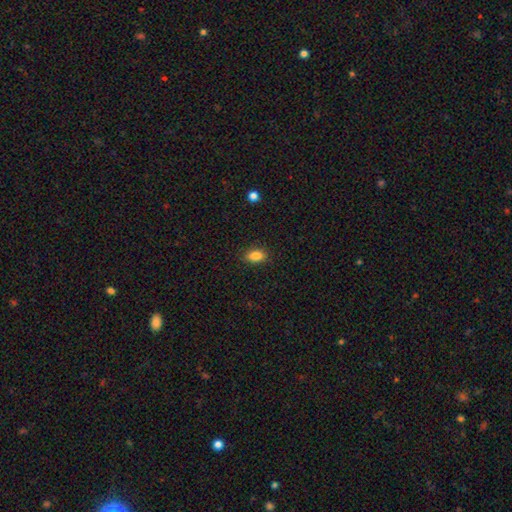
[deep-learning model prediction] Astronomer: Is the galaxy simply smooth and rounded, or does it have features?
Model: smooth — 85%.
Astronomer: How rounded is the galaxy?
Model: in between — 86%.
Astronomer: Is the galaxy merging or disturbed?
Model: none — 87%.